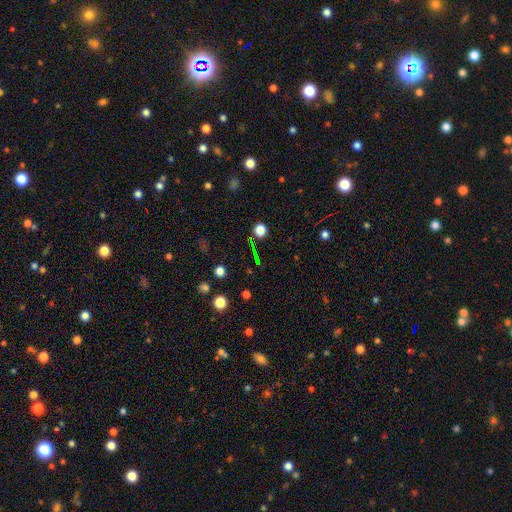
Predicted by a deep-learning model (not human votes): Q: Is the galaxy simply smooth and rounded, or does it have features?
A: star or artifact — 57%.